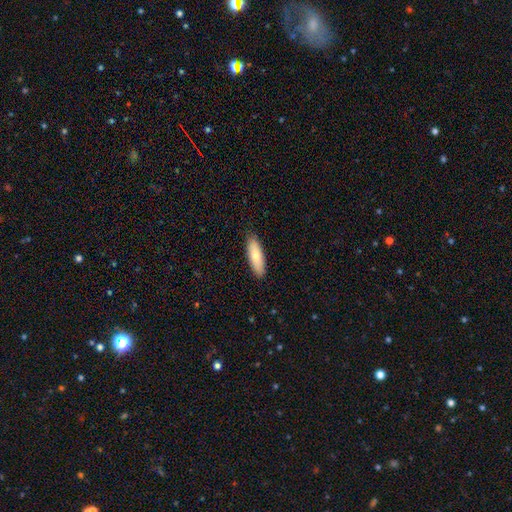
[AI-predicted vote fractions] Smooth or featured? Predicted: smooth (p=0.78). How rounded? Predicted: in between (p=0.54). Merging? Predicted: none (p=0.88).